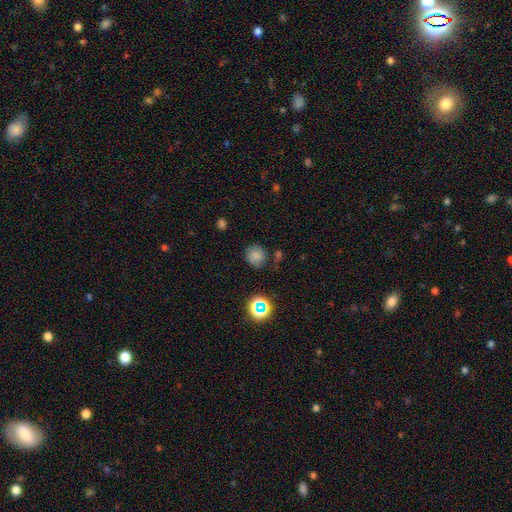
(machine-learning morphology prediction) Smooth or featured? Predicted: smooth (p=0.74). How rounded? Predicted: round (p=0.87). Merging? Predicted: none (p=0.73).